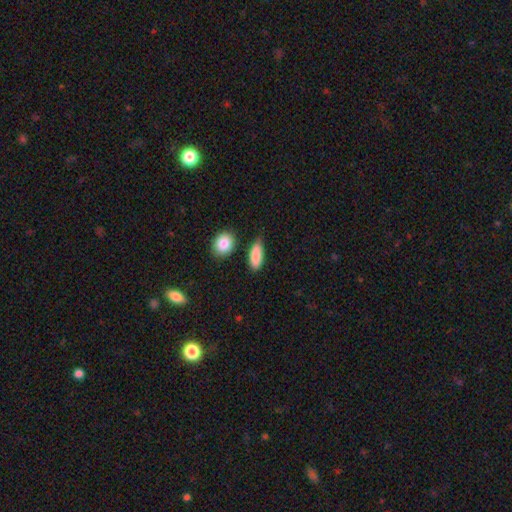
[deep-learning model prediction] smooth 87%, star or artifact 6%, featured or disk 6%. Down the decision tree: how rounded — in between (73%); merging — none (71%).